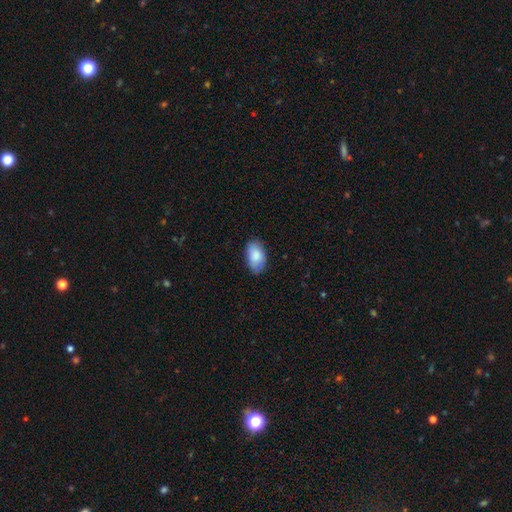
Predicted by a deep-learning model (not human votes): smooth 86%, featured or disk 7%, star or artifact 6%. Down the decision tree: how rounded — in between (94%); merging — none (79%).